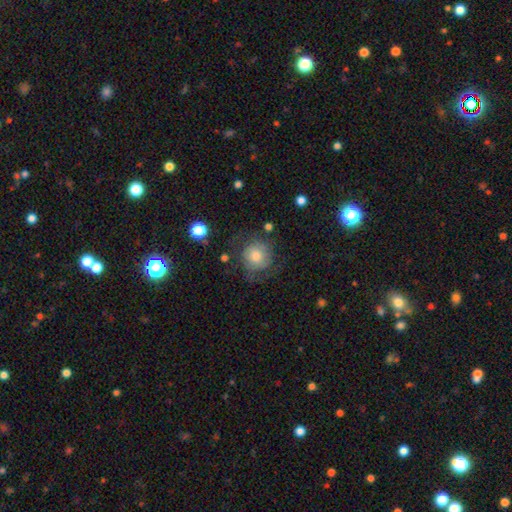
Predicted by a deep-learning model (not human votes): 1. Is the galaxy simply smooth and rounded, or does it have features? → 49% smooth, 39% featured or disk, 12% star or artifact.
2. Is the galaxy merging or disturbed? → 65% none, 19% minor disturbance, 14% major disturbance, 2% merger.